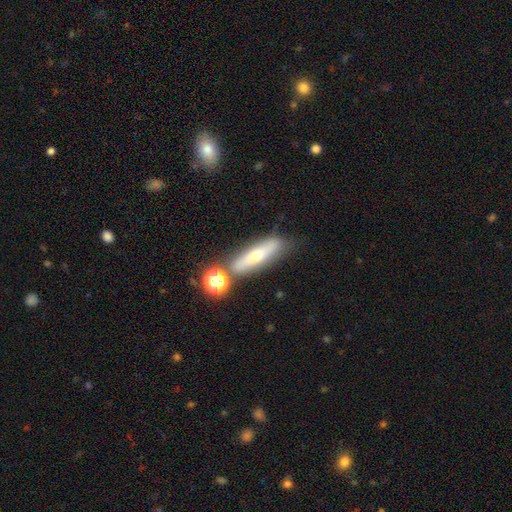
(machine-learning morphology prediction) Smooth or featured? Predicted: smooth (p=0.51). How rounded? Predicted: cigar-shaped (p=0.71). Merging? Predicted: none (p=0.70).